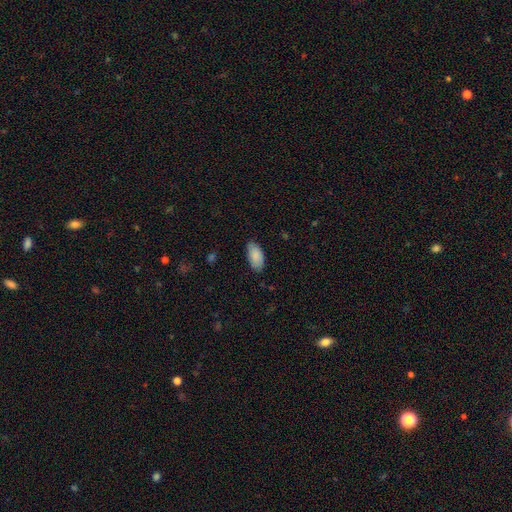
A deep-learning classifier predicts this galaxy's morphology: A smooth galaxy with no disk features (87%) that is in between round and cigar-shaped (95%). Merging: none (80%).